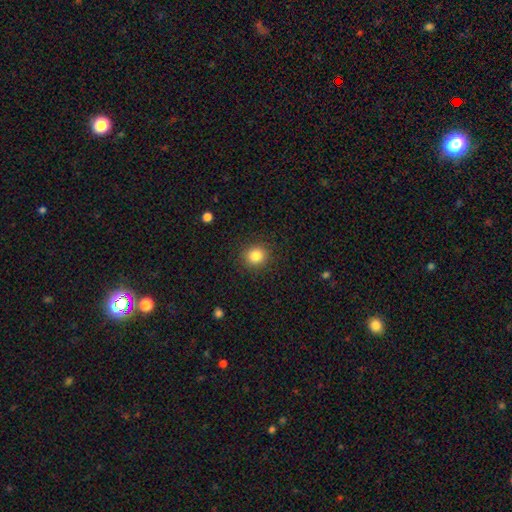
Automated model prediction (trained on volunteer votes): Morphology: type=smooth (84%); roundness=round (88%); merging=none (90%).